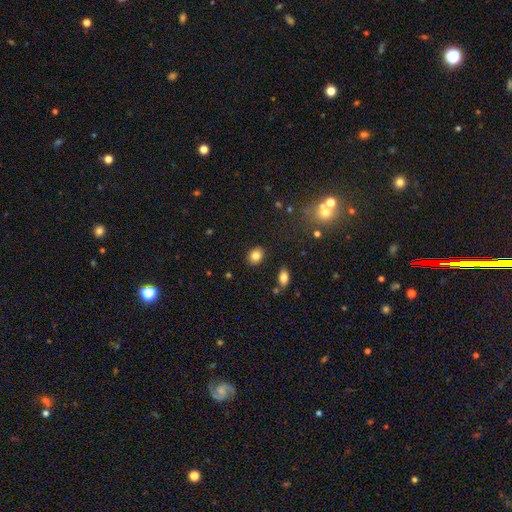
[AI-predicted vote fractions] Smooth or featured? Predicted: smooth (p=0.84). How rounded? Predicted: round (p=0.50). Merging? Predicted: none (p=0.87).